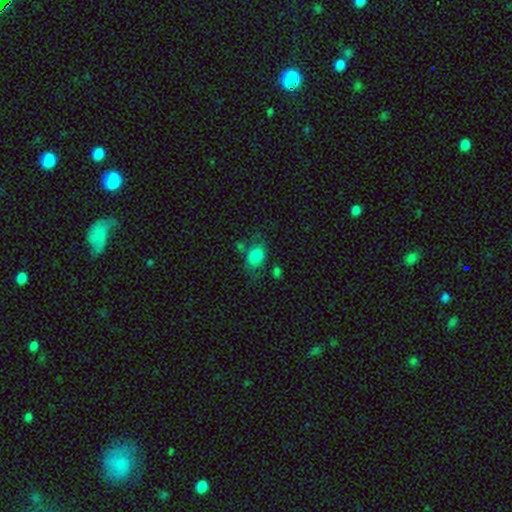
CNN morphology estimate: smooth-or-featured: smooth: 81% | featured or disk: 10% | star or artifact: 9%
  how-rounded: in between: 77% | round: 22% | cigar-shaped: 2%
  merging: none: 52% | minor disturbance: 25% | major disturbance: 13% | merger: 11%